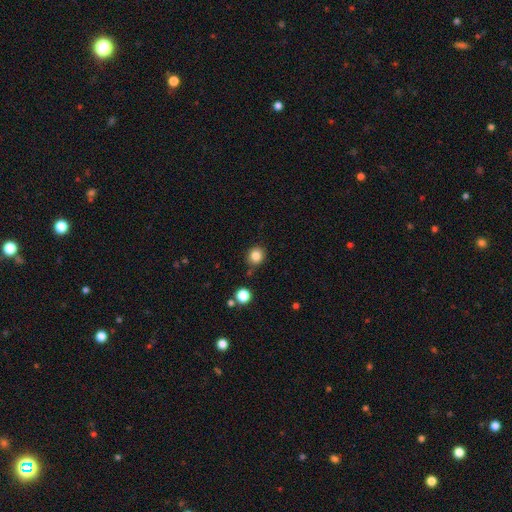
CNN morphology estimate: smooth-or-featured: smooth: 84% | star or artifact: 11% | featured or disk: 5%
  how-rounded: round: 86% | in between: 13% | cigar-shaped: 1%
  merging: none: 82% | minor disturbance: 11% | merger: 5% | major disturbance: 3%